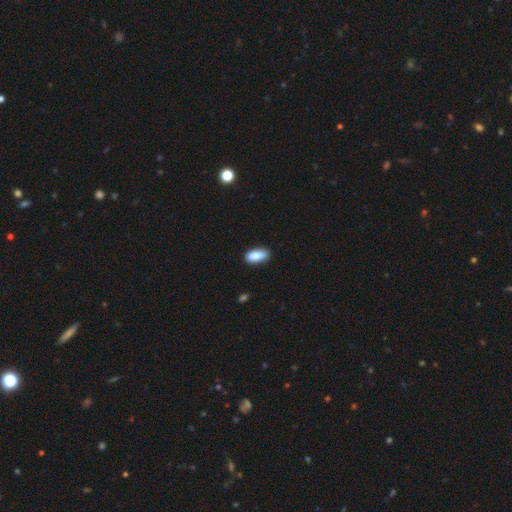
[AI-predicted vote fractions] Morphology: type=smooth (87%); roundness=in between (85%); merging=none (80%).